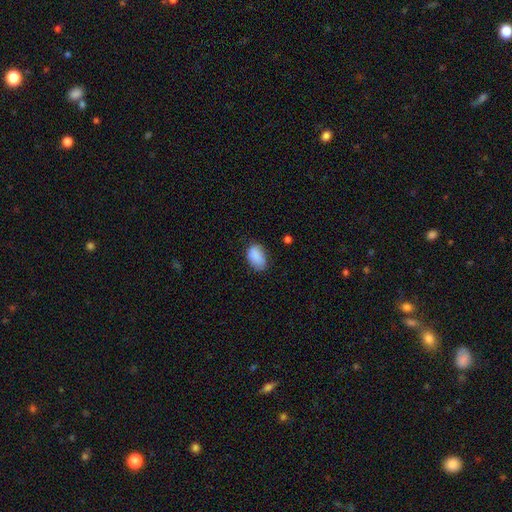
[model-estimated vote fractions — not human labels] Smooth or featured: smooth — 87% (star or artifact — 8%)
How rounded: in between — 90% (round — 9%)
Merging: none — 67% (minor disturbance — 26%)